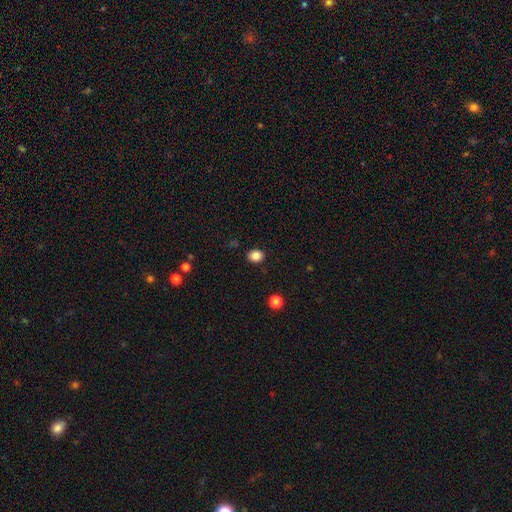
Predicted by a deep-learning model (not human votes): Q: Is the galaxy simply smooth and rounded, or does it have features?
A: smooth — 85%.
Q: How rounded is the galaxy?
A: round — 52%.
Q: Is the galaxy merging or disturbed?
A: none — 89%.